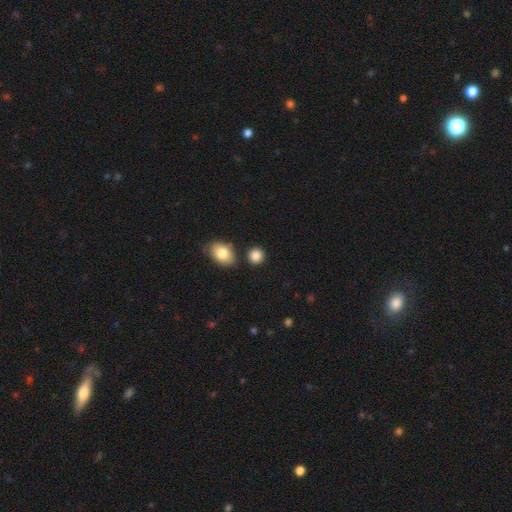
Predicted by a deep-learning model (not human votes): Morphology: type=smooth (86%); roundness=round (81%); merging=none (82%).